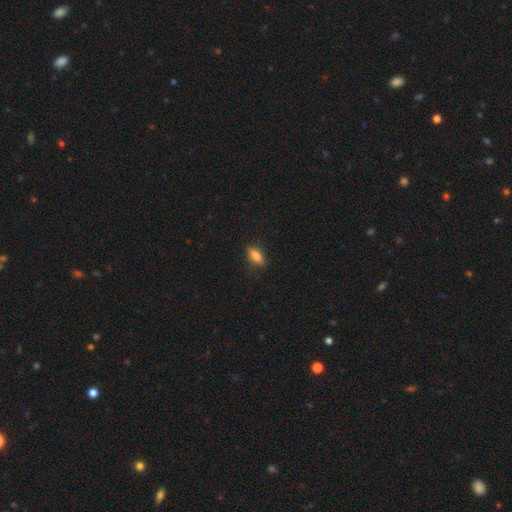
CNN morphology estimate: Smooth or featured: smooth — 70% (featured or disk — 22%)
How rounded: in between — 73% (cigar-shaped — 22%)
Merging: none — 84% (minor disturbance — 13%)